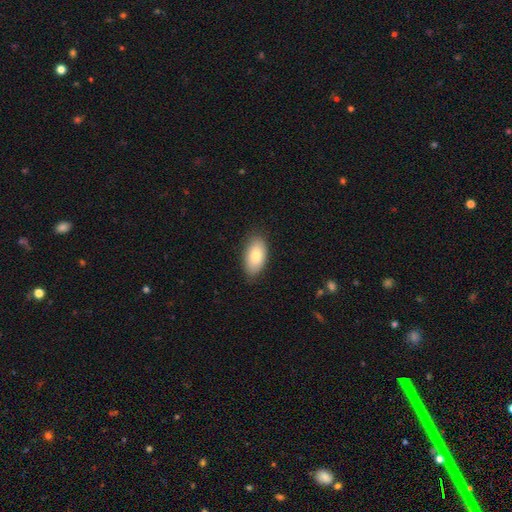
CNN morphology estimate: A smooth galaxy with no disk features (78%) that is in between round and cigar-shaped (94%).

Vote fractions:
- Smooth or featured? smooth: 78% / featured or disk: 15% / star or artifact: 7%
- How rounded? in between: 94% / round: 4% / cigar-shaped: 3%
- Merging? none: 84% / minor disturbance: 12% / major disturbance: 2% / merger: 1%